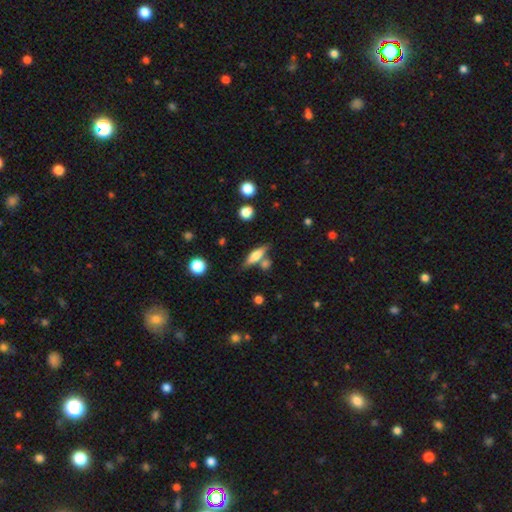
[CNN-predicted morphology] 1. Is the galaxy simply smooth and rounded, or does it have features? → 53% smooth, 39% featured or disk, 8% star or artifact.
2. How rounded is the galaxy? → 64% cigar-shaped, 32% in between, 4% round.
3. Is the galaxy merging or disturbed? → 67% none, 16% merger, 13% minor disturbance, 4% major disturbance.